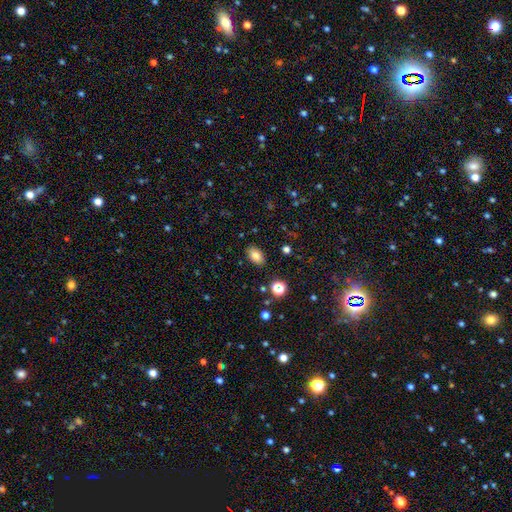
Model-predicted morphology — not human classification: This is clearly a smooth galaxy (81%). How rounded: clearly in between (88%). Merging: clearly none (86%).